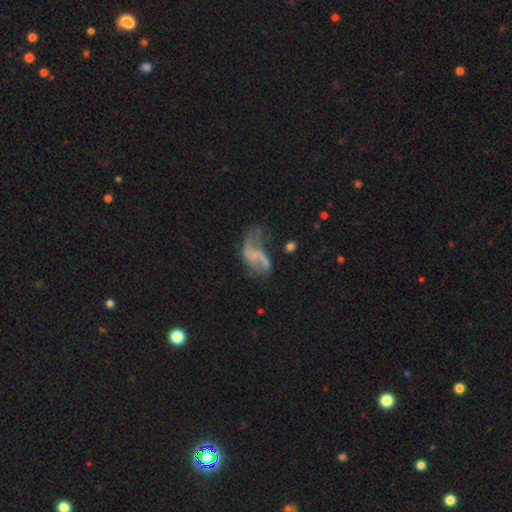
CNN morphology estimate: smooth_or_featured: featured or disk (p=0.67) [alt: smooth p=0.21]
disk_edge_on: no (p=0.97) [alt: yes p=0.03]
bar: no (p=0.63) [alt: weak p=0.28]
has_spiral_arms: yes (p=0.62) [alt: no p=0.38]
bulge_size: none (p=0.63) [alt: small p=0.27]
merging: major disturbance (p=0.40) [alt: none p=0.29]